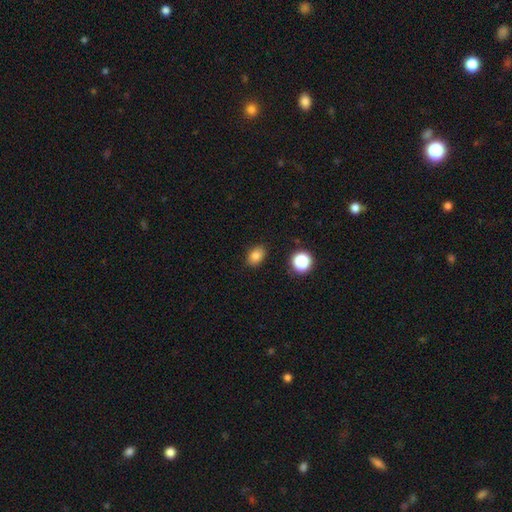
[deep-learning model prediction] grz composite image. It shows a smooth galaxy with no disk features (82%) that is in between round and cigar-shaped (77%). Merging: none (87%).